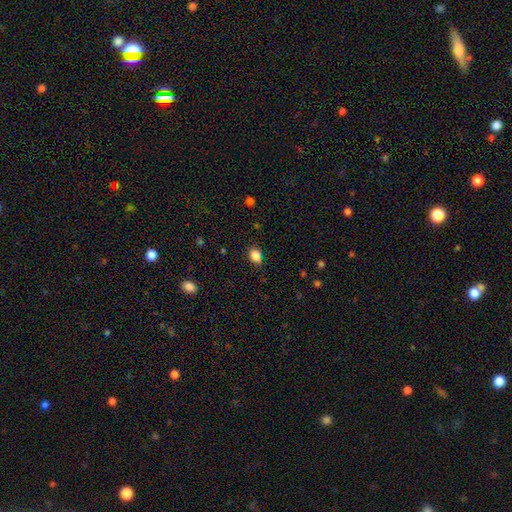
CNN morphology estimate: Q: Smooth or featured?
A: smooth (86%); runner-up: star or artifact (10%)
Q: How rounded?
A: in between (68%); runner-up: round (31%)
Q: Merging?
A: none (81%); runner-up: minor disturbance (14%)